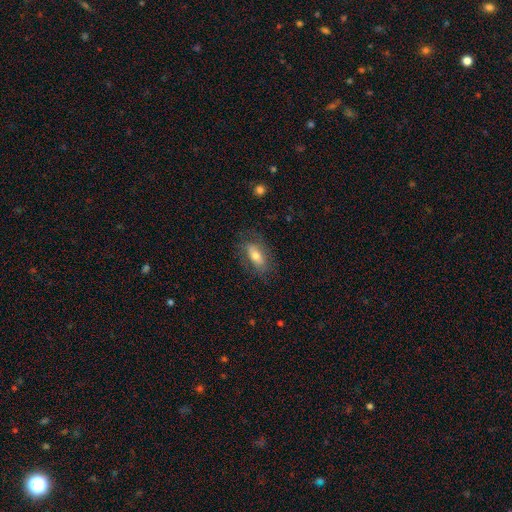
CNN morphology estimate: type=smooth (60%); roundness=in between (82%); merging=none (74%).